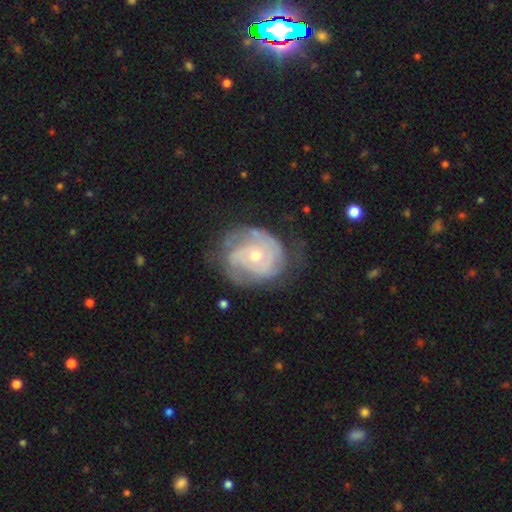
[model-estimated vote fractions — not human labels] Morphology: type=featured or disk (84%); edge-on=no (97%); bar=no (77%); spiral arms=yes (92%); winding=tight (66%); arm count=can't tell (33%); bulge=small (53%); merging=none (61%).